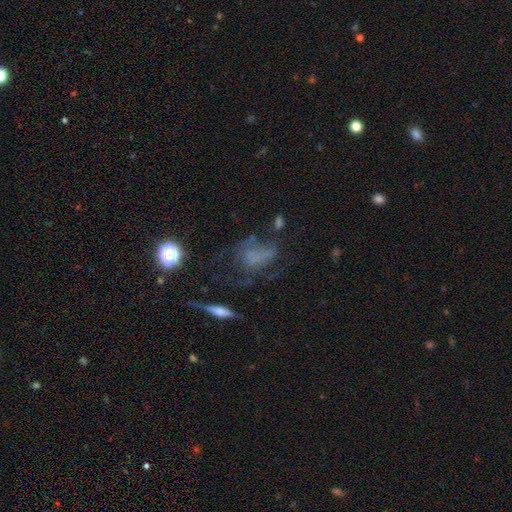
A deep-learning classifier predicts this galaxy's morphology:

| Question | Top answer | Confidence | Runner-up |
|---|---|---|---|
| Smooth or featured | featured or disk | 40% | smooth (35%) |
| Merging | none | 39% | major disturbance (32%) |